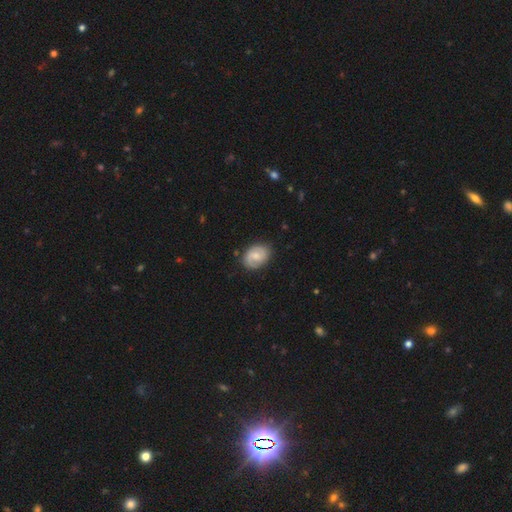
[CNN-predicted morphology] smooth_or_featured: featured or disk (p=0.52) [alt: smooth p=0.42]
disk_edge_on: no (p=0.97) [alt: yes p=0.03]
bar: no (p=0.48) [alt: weak p=0.45]
has_spiral_arms: yes (p=0.86) [alt: no p=0.14]
bulge_size: moderate (p=0.48) [alt: small p=0.39]
merging: none (p=0.78) [alt: minor disturbance p=0.16]